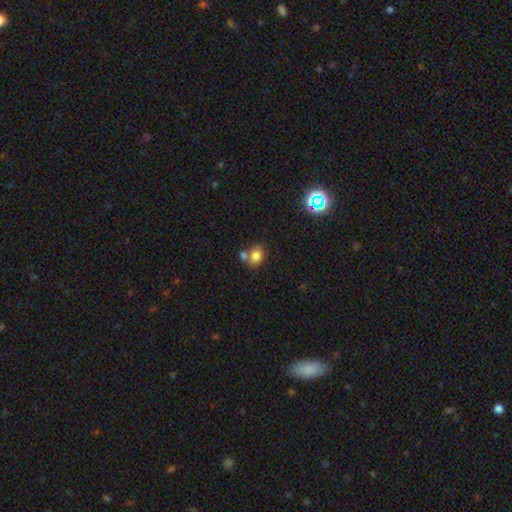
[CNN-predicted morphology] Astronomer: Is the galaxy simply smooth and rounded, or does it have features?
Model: smooth — 78%.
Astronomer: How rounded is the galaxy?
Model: in between — 54% (runner-up: round, 45%).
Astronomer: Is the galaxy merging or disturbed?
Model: none — 44% (runner-up: merger, 40%).